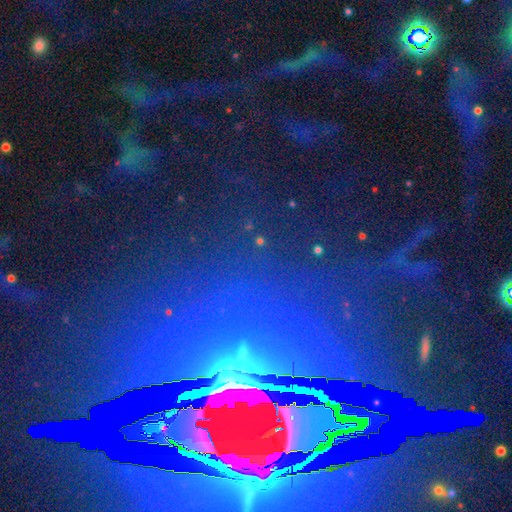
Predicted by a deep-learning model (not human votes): star or artifact 81%, smooth 9%, featured or disk 9%.